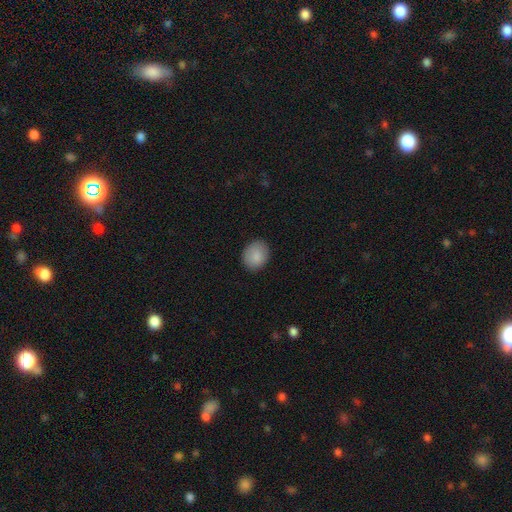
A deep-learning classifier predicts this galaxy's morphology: This is clearly a smooth galaxy (88%). How rounded: possibly round (56%). Merging: clearly none (87%).